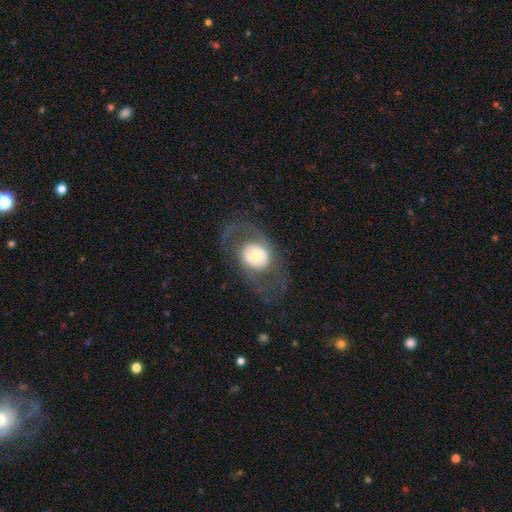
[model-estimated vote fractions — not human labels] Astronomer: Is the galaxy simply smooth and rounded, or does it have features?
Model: featured or disk — 58% (runner-up: smooth, 36%).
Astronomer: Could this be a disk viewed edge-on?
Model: no — 92%.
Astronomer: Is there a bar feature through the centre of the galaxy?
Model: no — 75%.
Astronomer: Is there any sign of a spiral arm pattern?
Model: no — 55% (runner-up: yes, 45%).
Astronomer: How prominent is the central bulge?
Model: moderate — 50%.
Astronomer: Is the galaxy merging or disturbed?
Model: none — 65%.